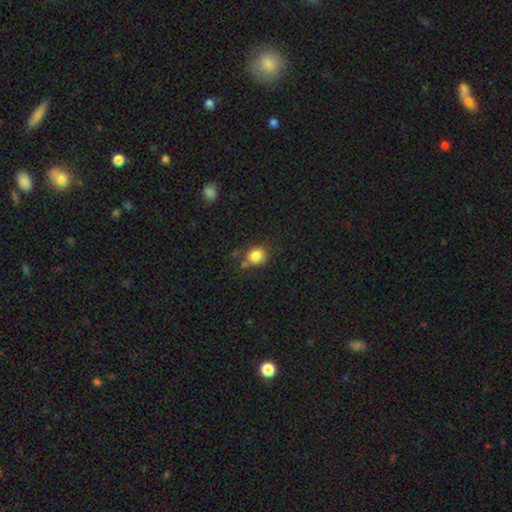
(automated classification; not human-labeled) The model was most divided on "merging": none: 67%, minor disturbance: 19%, merger: 9%, major disturbance: 5%. More confident: smooth or featured — smooth (84%); how rounded — round (78%).